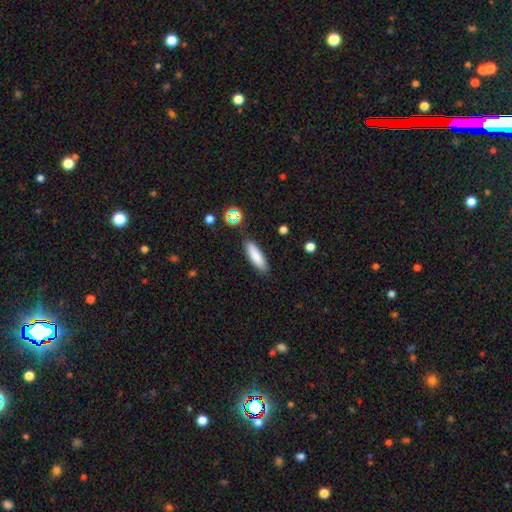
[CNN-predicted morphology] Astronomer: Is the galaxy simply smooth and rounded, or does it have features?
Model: smooth — 83%.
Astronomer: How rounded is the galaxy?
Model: cigar-shaped — 59% (runner-up: in between, 39%).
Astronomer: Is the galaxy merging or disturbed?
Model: none — 86%.